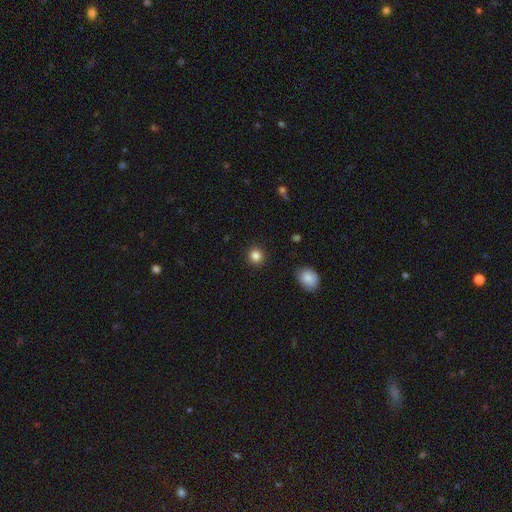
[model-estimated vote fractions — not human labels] A smooth galaxy with no disk features (85%) that is round (92%). Merging: none (92%).